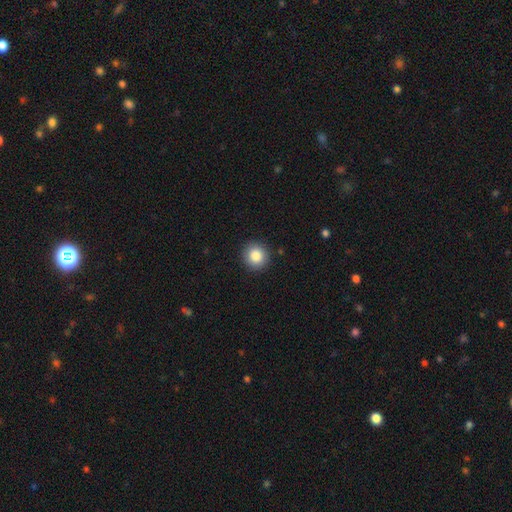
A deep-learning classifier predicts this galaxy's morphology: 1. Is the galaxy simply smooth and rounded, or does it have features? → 86% smooth, 9% star or artifact, 5% featured or disk.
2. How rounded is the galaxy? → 93% round, 7% in between, 1% cigar-shaped.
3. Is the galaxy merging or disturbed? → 91% none, 6% minor disturbance, 2% major disturbance, 1% merger.